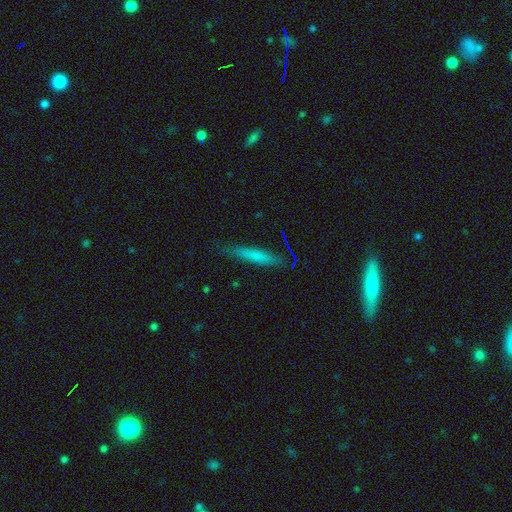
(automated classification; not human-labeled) Overall: smooth (63%; featured or disk 29%). How rounded: cigar-shaped (91%). Merging: none (82%).